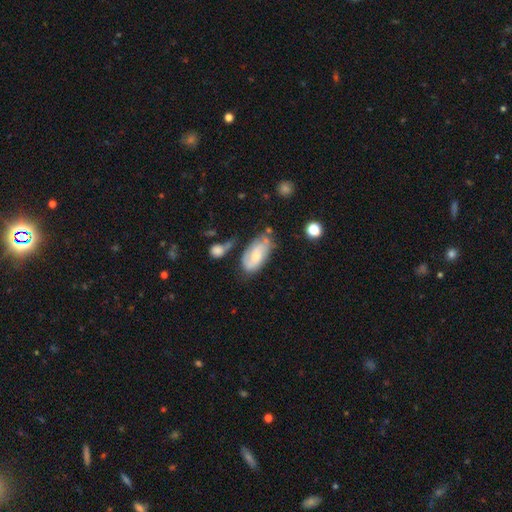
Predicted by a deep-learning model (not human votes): Smooth or featured: smooth — 47% (featured or disk — 46%)
Merging: none — 51% (minor disturbance — 26%)